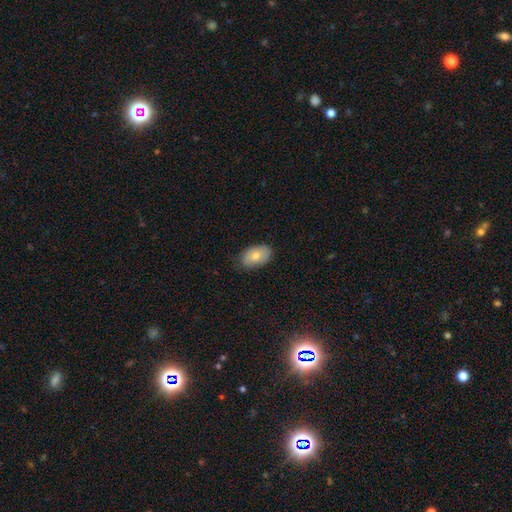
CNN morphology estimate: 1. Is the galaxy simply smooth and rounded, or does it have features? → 74% smooth, 20% featured or disk, 7% star or artifact.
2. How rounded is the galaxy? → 91% in between, 8% round, 1% cigar-shaped.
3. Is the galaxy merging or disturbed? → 79% none, 17% minor disturbance, 3% major disturbance, 1% merger.